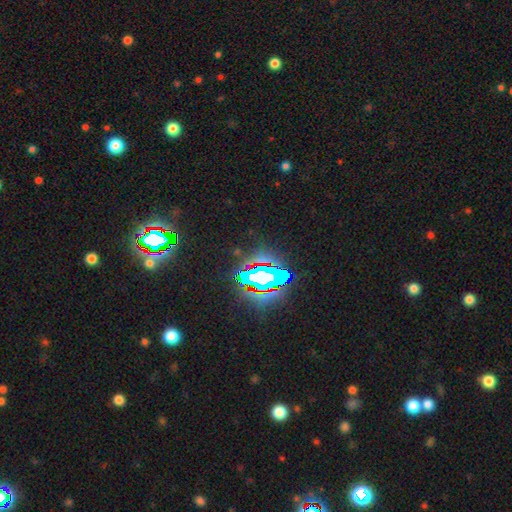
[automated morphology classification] Smooth or featured? star or artifact (84%)